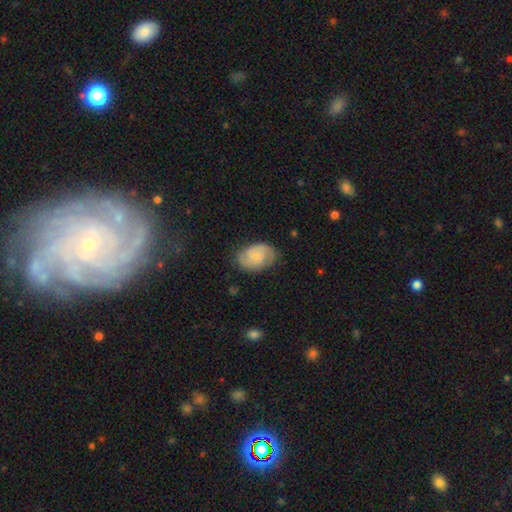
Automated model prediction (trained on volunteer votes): Smooth or featured: featured or disk — 69% (smooth — 24%)
Edge-on disk: no — 98% (yes — 2%)
Bar: no — 55% (weak — 38%)
Spiral arms: yes — 94% (no — 6%)
Spiral winding: medium — 44% (tied with tight — 44%)
Spiral arm count: 2 — 85% (can't tell — 7%)
Bulge size: small — 46% (none — 33%)
Merging: none — 79% (minor disturbance — 16%)